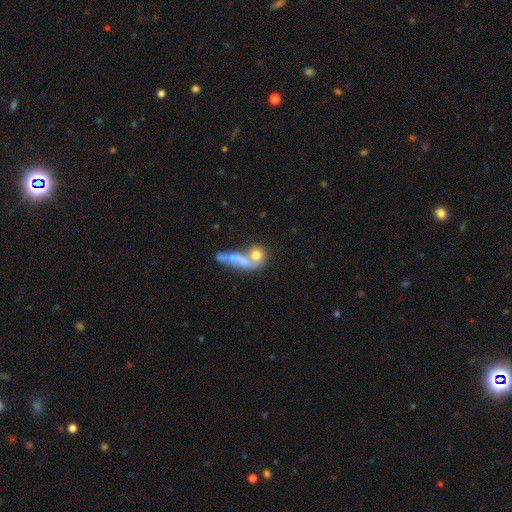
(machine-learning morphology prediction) A smooth galaxy with no disk features (43%). Merging: merger (52%).